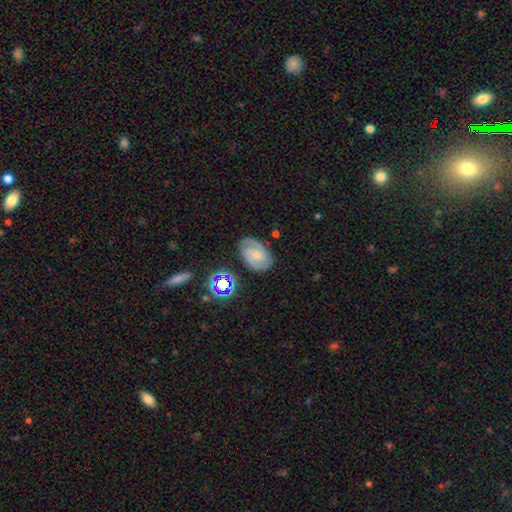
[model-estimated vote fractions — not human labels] smooth-or-featured: featured or disk: 74% | smooth: 17% | star or artifact: 9%
  disk-edge-on: no: 97% | yes: 3%
    bar: no: 53% | weak: 39% | strong: 8%
    has-spiral-arms: yes: 95% | no: 5%
      spiral-winding: tight: 51% | medium: 40% | loose: 9%
      spiral-arm-count: 2: 77% | can't tell: 10% | 3: 7% | 1: 2% | 4: 2% | more than 4: 2%
    bulge-size: small: 62% | moderate: 30% | none: 6% | large: 2% | dominant: 1%
  merging: none: 78% | minor disturbance: 15% | major disturbance: 4% | merger: 3%